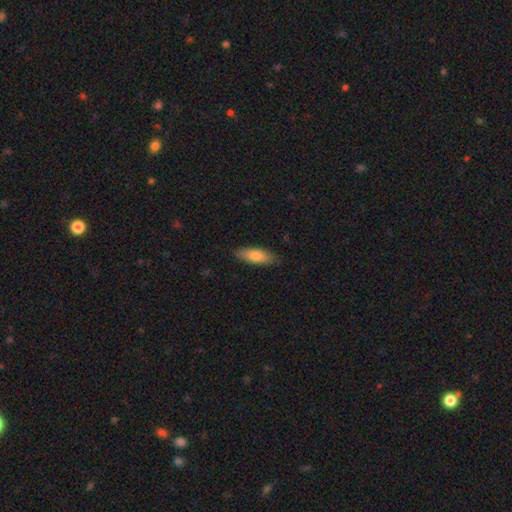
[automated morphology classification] This is likely a smooth galaxy (76%). How rounded: likely in between (65%). Merging: clearly none (84%).